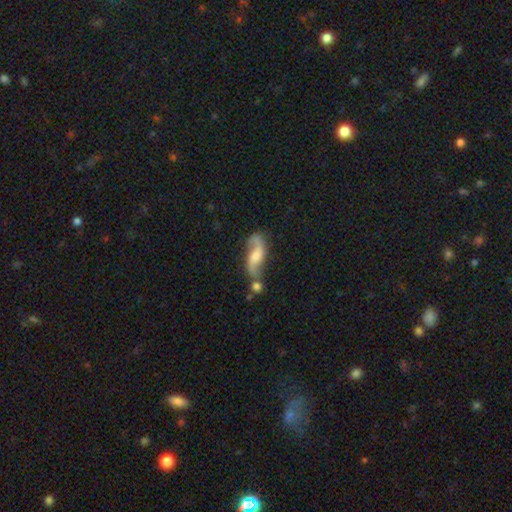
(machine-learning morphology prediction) The model was most divided on "bar": no: 44%, weak: 42%, strong: 14%. Remaining: spiral arms — yes (93%); spiral arm count — 2 (91%); edge-on disk — no (90%); spiral winding — loose (75%); smooth or featured — featured or disk (74%); merging — none (49%); bulge size — moderate (41%).